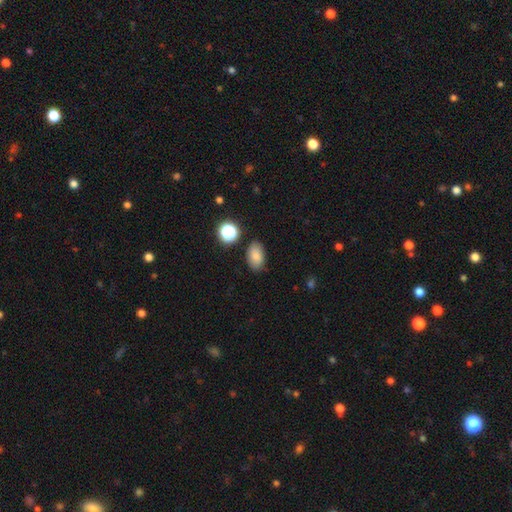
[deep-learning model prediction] This is clearly a smooth galaxy (83%). How rounded: clearly in between (88%). Merging: clearly none (82%).